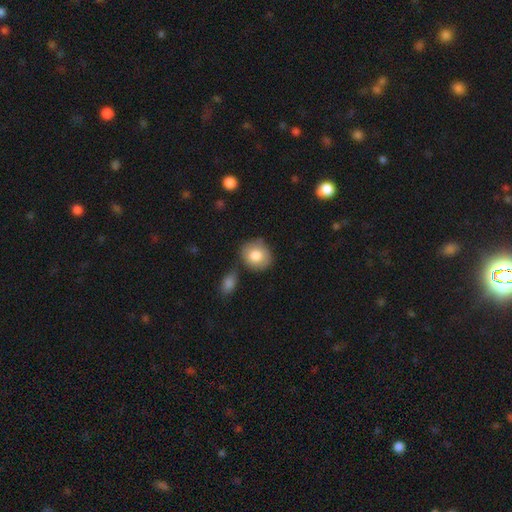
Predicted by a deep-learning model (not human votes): Overall: smooth (81%). How rounded: round (74%). Merging: none (72%).